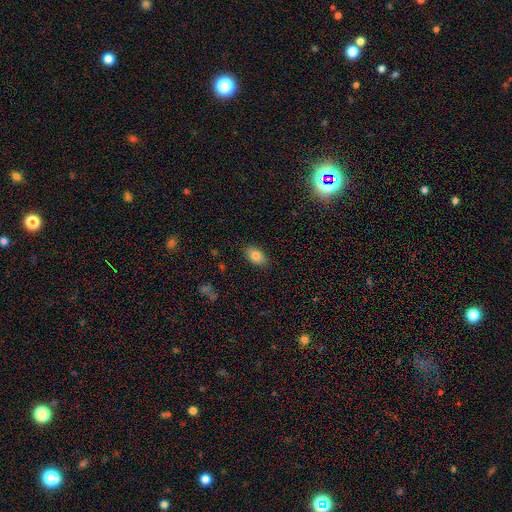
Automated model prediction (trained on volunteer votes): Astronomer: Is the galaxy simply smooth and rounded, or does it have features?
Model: smooth — 83%.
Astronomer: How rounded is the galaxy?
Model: in between — 91%.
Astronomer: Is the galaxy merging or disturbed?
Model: none — 87%.